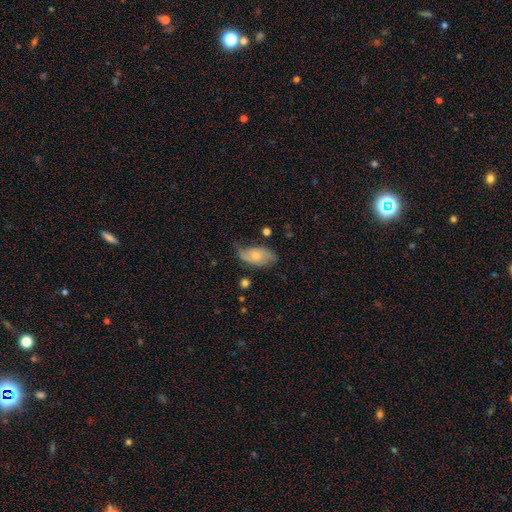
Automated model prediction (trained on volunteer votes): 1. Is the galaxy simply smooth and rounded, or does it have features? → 52% smooth, 41% featured or disk, 7% star or artifact.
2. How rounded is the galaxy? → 93% in between, 5% round, 3% cigar-shaped.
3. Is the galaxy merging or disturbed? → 49% none, 34% minor disturbance, 14% major disturbance, 3% merger.